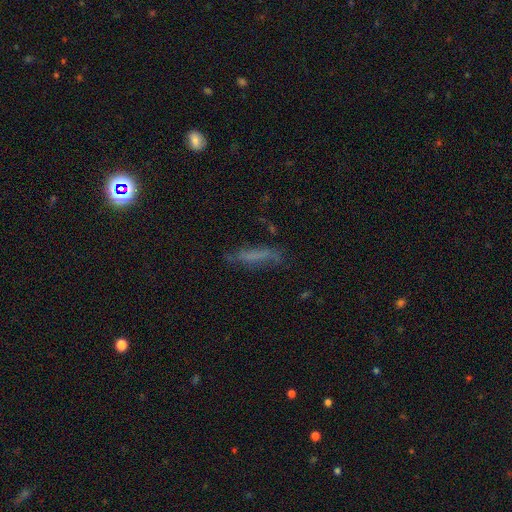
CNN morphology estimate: smooth-or-featured: smooth: 49% | featured or disk: 35% | star or artifact: 16%
  merging: none: 62% | minor disturbance: 23% | major disturbance: 12% | merger: 3%